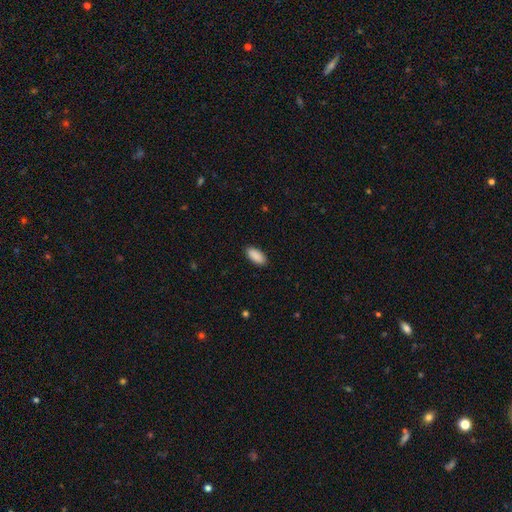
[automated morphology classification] This appears to be a smooth galaxy with no disk features (91%) that is in between round and cigar-shaped (88%). Merging: none (90%).